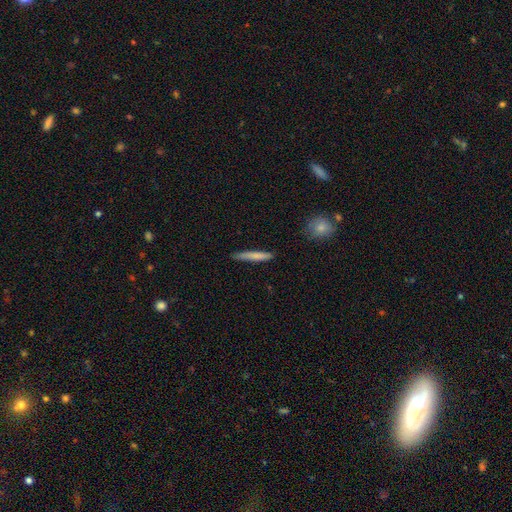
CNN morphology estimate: The model was most divided on "smooth or featured": smooth: 75%, featured or disk: 19%, star or artifact: 6%. More confident: how rounded — cigar-shaped (95%); merging — none (82%).